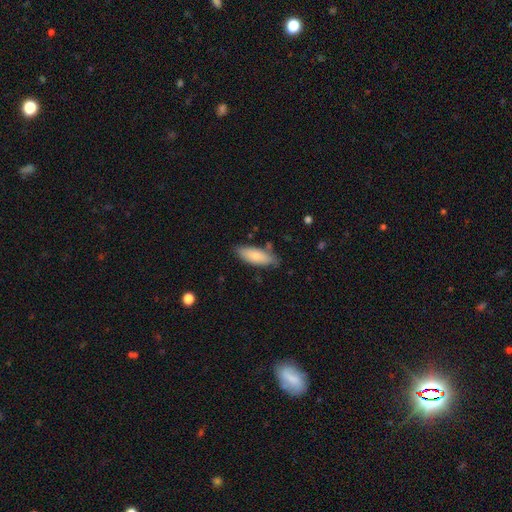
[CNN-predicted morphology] The model was most divided on "how rounded": in between: 72%, cigar-shaped: 26%, round: 2%. More confident: smooth or featured — smooth (79%); merging — none (74%).